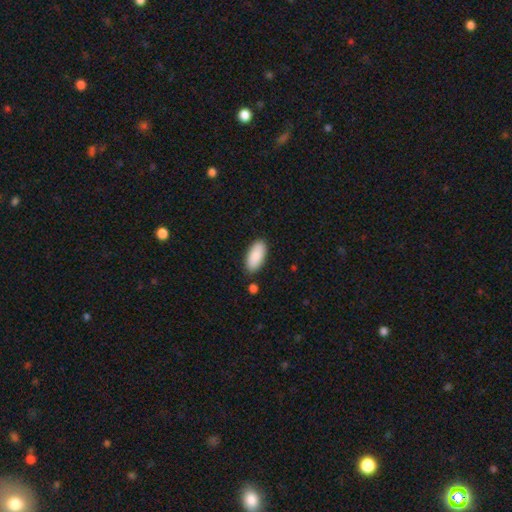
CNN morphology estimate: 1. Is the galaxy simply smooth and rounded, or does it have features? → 89% smooth, 6% star or artifact, 5% featured or disk.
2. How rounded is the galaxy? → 90% in between, 8% cigar-shaped, 2% round.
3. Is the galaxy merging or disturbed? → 85% none, 10% minor disturbance, 3% merger, 2% major disturbance.